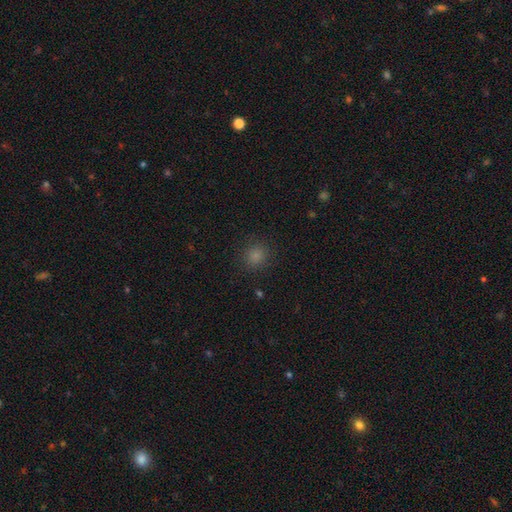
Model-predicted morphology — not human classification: This is clearly a smooth galaxy (81%). How rounded: clearly round (89%). Merging: clearly none (88%).